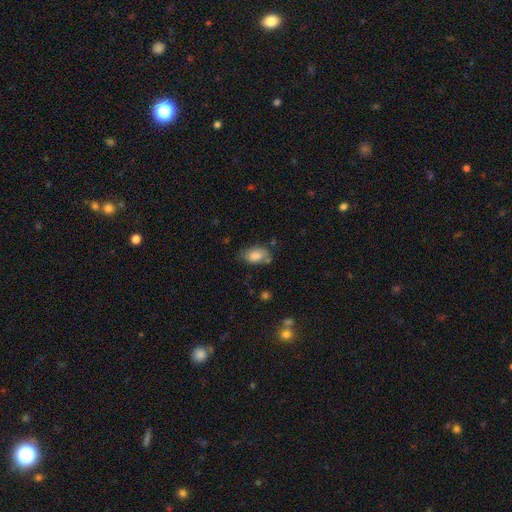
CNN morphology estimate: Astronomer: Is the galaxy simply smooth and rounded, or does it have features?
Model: smooth — 82%.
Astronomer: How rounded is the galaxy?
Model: in between — 90%.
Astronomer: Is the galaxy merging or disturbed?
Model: none — 60%.